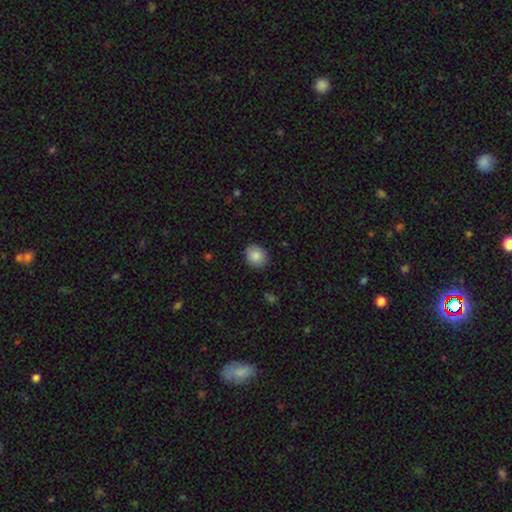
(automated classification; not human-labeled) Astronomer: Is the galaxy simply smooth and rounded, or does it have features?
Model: smooth — 87%.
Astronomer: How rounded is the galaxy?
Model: round — 62% (runner-up: in between, 37%).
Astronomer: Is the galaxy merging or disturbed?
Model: none — 86%.